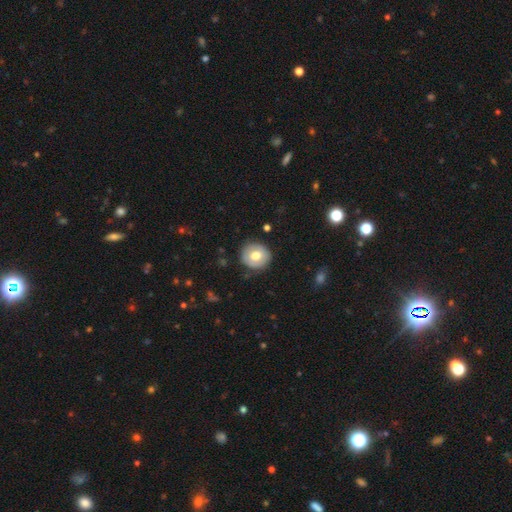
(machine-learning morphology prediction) smooth 66%, featured or disk 27%, star or artifact 7%. Down the decision tree: how rounded — round (87%); merging — none (86%).